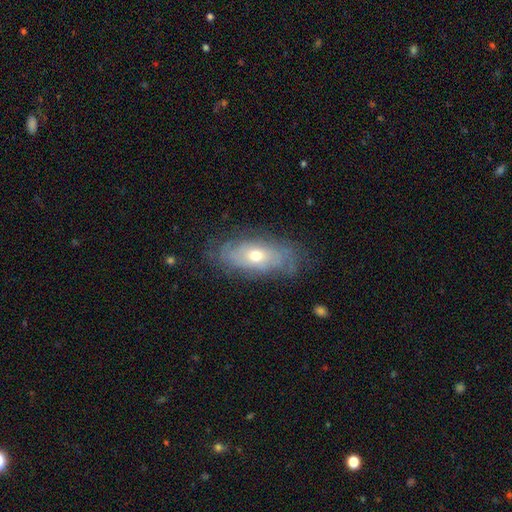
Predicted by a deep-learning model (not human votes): featured or disk 63%, smooth 30%, star or artifact 8%. Down the decision tree: edge-on disk — no (83%); bar — no (82%); spiral arms — yes (69%); bulge size — moderate (63%); merging — none (72%).